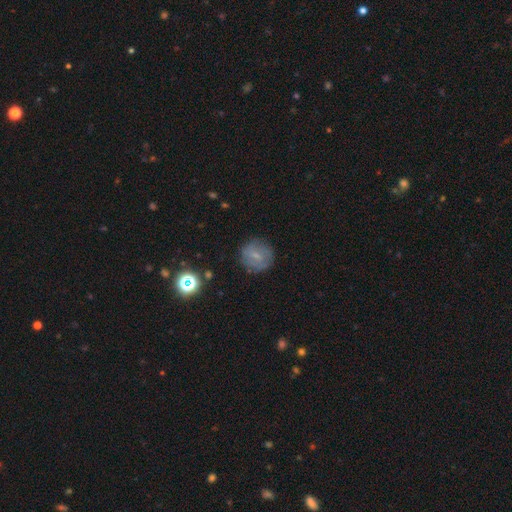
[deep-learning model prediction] Smooth or featured?
  - smooth: 62% *
  - featured or disk: 25%
  - star or artifact: 13%
How rounded?
  - round: 89% *
  - in between: 10%
  - cigar-shaped: 1%
Merging?
  - none: 79% *
  - minor disturbance: 14%
  - major disturbance: 5%
  - merger: 2%